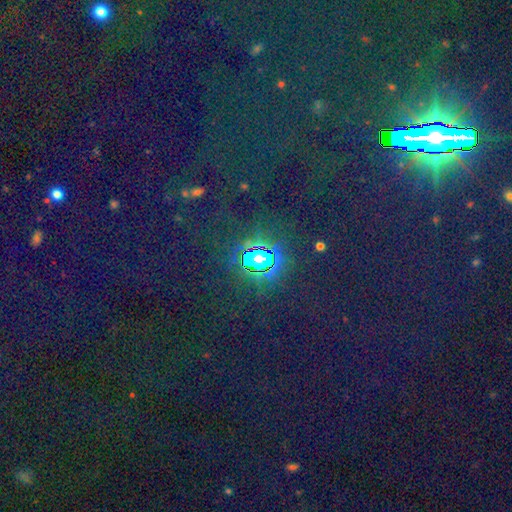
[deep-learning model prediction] Smooth or featured? star or artifact (81%)